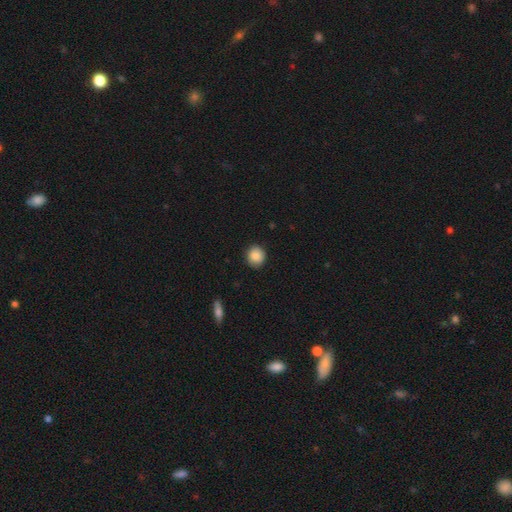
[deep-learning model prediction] Smooth or featured?
  - smooth: 87% *
  - star or artifact: 8%
  - featured or disk: 5%
How rounded?
  - round: 86% *
  - in between: 13%
  - cigar-shaped: 1%
Merging?
  - none: 90% *
  - minor disturbance: 7%
  - major disturbance: 2%
  - merger: 1%